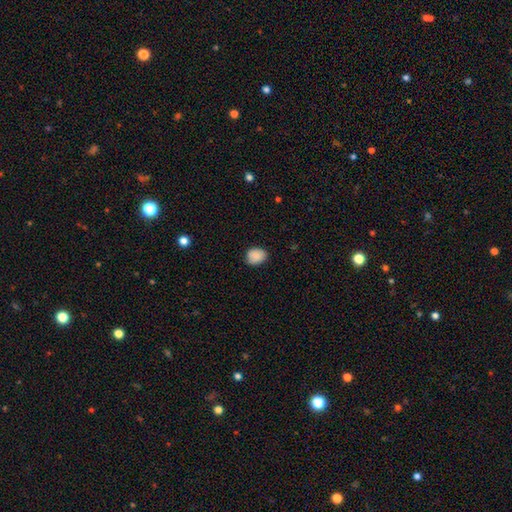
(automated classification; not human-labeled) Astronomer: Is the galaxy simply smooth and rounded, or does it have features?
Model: smooth — 86%.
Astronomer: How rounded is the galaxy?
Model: round — 51% (runner-up: in between, 48%).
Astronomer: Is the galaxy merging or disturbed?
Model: none — 80%.